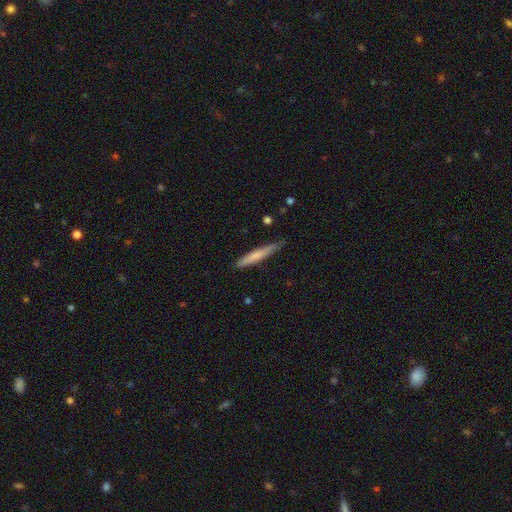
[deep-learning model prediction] Smooth or featured: smooth — 67% (featured or disk — 28%)
How rounded: cigar-shaped — 95% (in between — 4%)
Merging: none — 79% (minor disturbance — 17%)